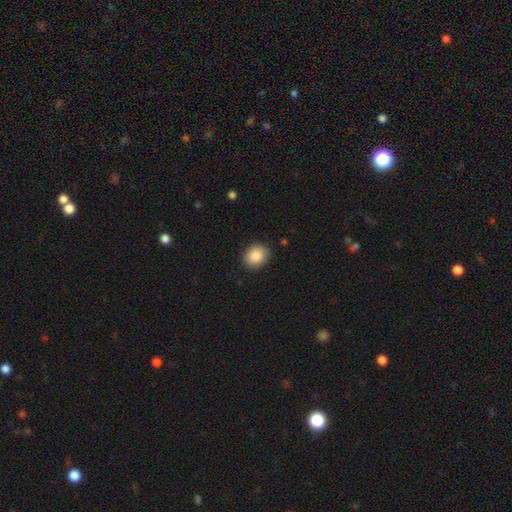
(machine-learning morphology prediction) type=smooth (89%); roundness=round (66%); merging=none (88%).